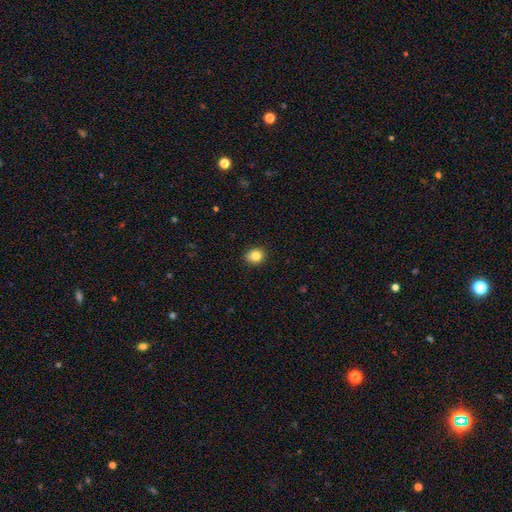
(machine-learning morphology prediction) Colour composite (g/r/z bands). It shows a smooth galaxy with no disk features (83%) that is round (66%). Merging: none (88%).